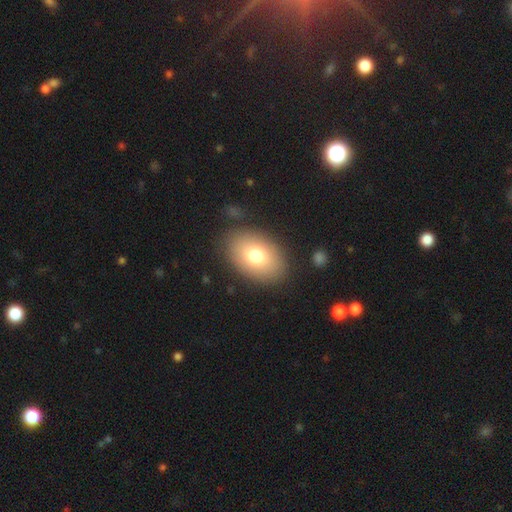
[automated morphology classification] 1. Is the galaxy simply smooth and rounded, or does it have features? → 76% smooth, 15% featured or disk, 9% star or artifact.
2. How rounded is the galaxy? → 84% in between, 15% round, 1% cigar-shaped.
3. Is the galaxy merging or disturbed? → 84% none, 10% minor disturbance, 4% major disturbance, 2% merger.